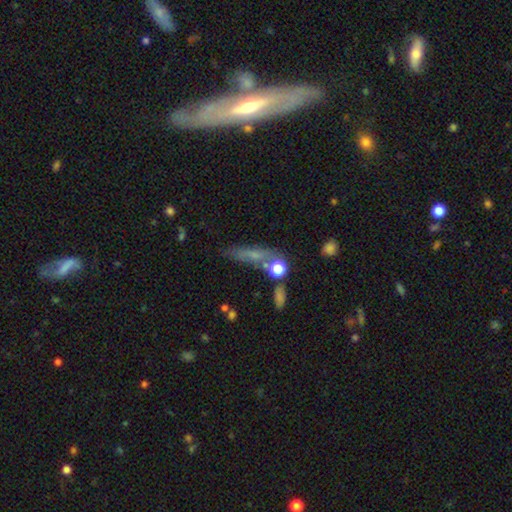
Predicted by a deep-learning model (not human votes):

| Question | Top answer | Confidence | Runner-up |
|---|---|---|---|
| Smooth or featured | smooth | 51% | featured or disk (29%) |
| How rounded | cigar-shaped | 66% | in between (22%) |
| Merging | none | 63% | minor disturbance (16%) |